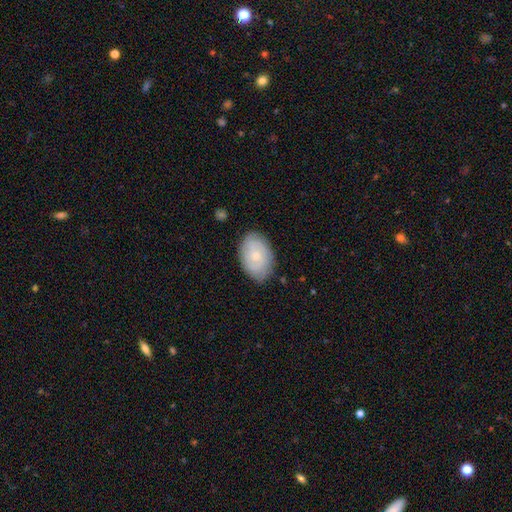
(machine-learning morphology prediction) featured or disk 50%, smooth 43%, star or artifact 7%. Down the decision tree: edge-on disk — no (95%); merging — none (80%).